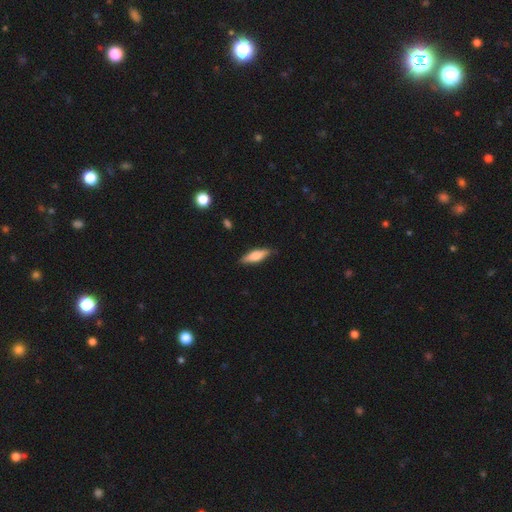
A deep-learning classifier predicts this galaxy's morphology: Overall: smooth (63%; featured or disk 31%). How rounded: cigar-shaped (53%; in between 45%). Merging: none (84%).